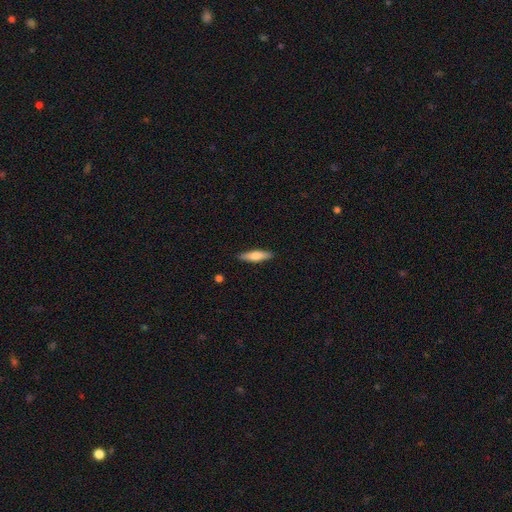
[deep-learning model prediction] Smooth or featured: smooth — 66% (featured or disk — 28%)
How rounded: cigar-shaped — 68% (in between — 30%)
Merging: none — 89% (minor disturbance — 8%)